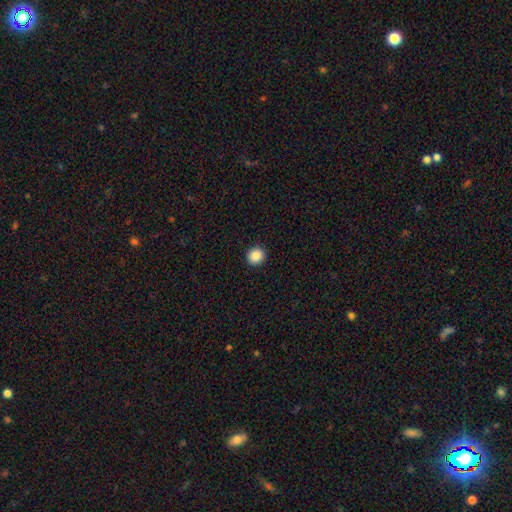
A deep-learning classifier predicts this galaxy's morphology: Smooth or featured? smooth (88%)
How rounded? round (85%)
Merging? none (92%)